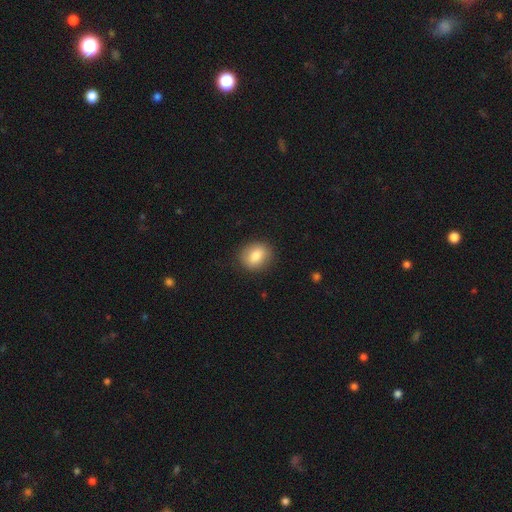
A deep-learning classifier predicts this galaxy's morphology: Smooth or featured: smooth — 81% (featured or disk — 11%)
How rounded: round — 60% (in between — 39%)
Merging: none — 87% (minor disturbance — 9%)